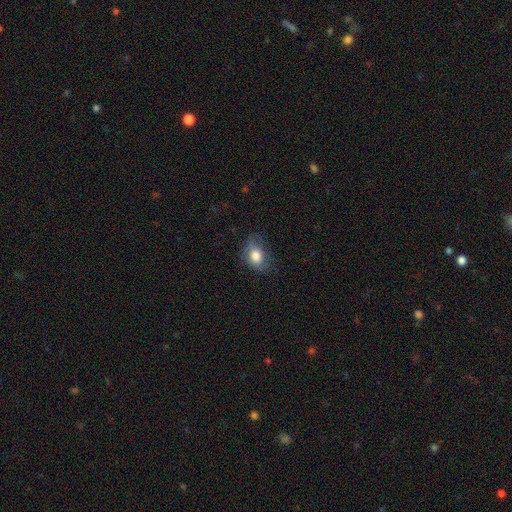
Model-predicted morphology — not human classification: smooth-or-featured: smooth: 77% | featured or disk: 14% | star or artifact: 8%
  how-rounded: in between: 76% | round: 23% | cigar-shaped: 1%
  merging: none: 55% | minor disturbance: 30% | major disturbance: 14% | merger: 1%